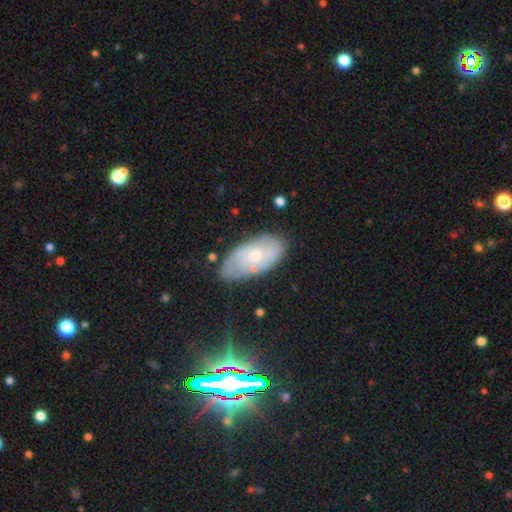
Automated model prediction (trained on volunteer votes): Q: Smooth or featured?
A: featured or disk (53%); runner-up: smooth (37%)
Q: Edge-on disk?
A: no (91%); runner-up: yes (9%)
Q: Merging?
A: none (69%); runner-up: minor disturbance (22%)